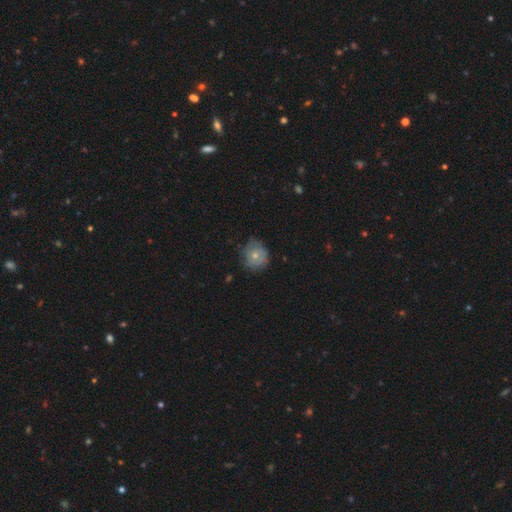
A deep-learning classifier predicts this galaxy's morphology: A smooth galaxy with no disk features (57%) that is round (83%). Merging: none (66%).